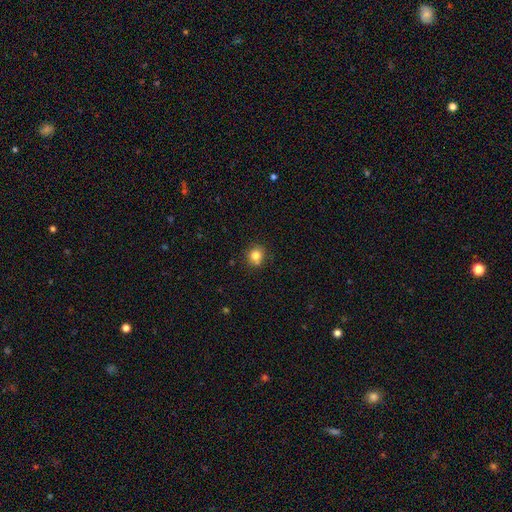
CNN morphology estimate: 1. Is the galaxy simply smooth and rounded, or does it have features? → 81% smooth, 12% star or artifact, 7% featured or disk.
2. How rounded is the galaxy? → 82% round, 17% in between, 1% cigar-shaped.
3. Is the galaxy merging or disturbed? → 81% none, 13% minor disturbance, 3% merger, 3% major disturbance.